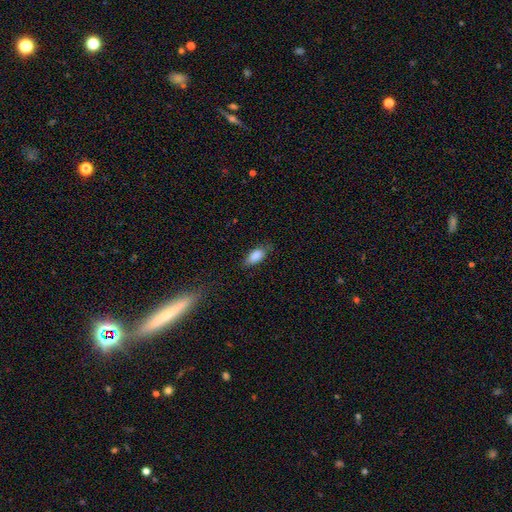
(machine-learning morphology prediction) This is clearly a smooth galaxy (86%). How rounded: clearly in between (87%). Merging: likely none (72%).